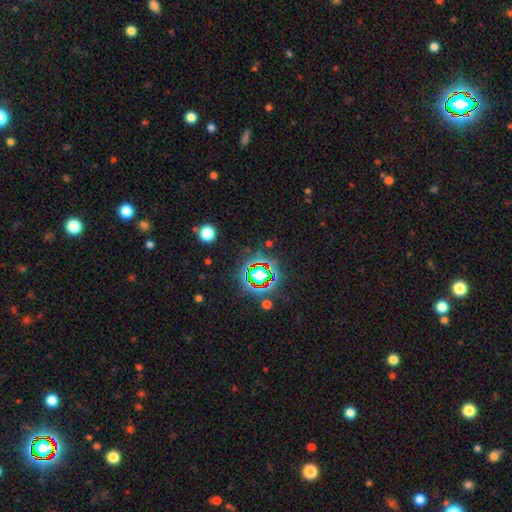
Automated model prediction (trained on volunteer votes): Q: Smooth or featured?
A: star or artifact (79%); runner-up: smooth (13%)